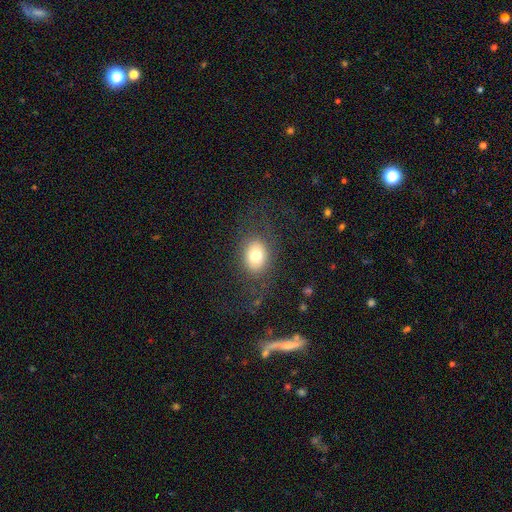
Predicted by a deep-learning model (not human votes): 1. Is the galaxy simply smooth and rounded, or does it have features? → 72% smooth, 18% featured or disk, 10% star or artifact.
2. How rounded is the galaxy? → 64% in between, 35% round, 1% cigar-shaped.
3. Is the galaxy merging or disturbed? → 73% none, 13% major disturbance, 12% minor disturbance, 1% merger.